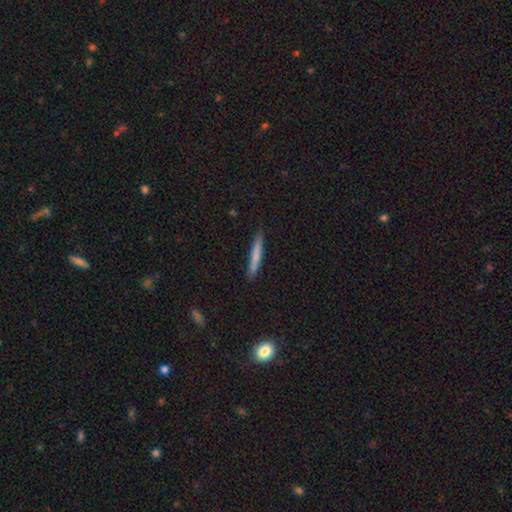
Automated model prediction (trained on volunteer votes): Smooth or featured? Predicted: smooth (p=0.71). How rounded? Predicted: cigar-shaped (p=0.95). Merging? Predicted: none (p=0.88).